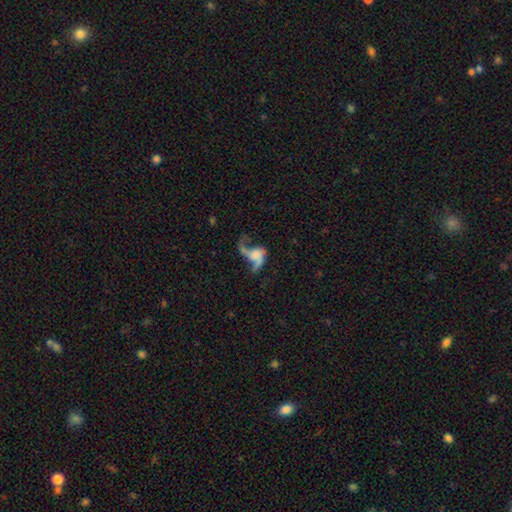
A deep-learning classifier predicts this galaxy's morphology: Overall: featured or disk (71%). Edge-on disk: no (96%). Bar: no (64%; weak 26%). Spiral arms: yes (82%). Spiral arm count: 2 (62%). Spiral winding: loose (81%). Bulge size: none (43%; small 23%). Merging: major disturbance (42%; none 33%).